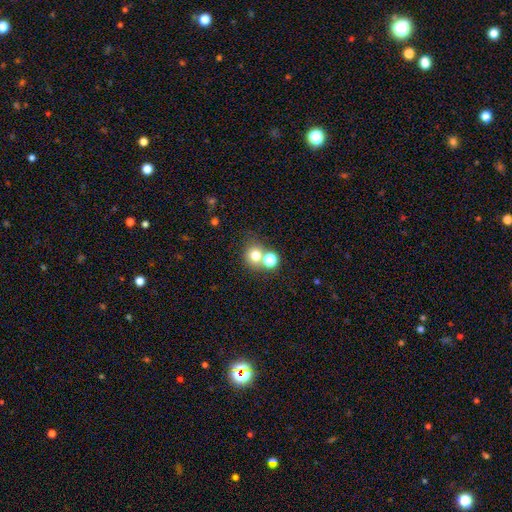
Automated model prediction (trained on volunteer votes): This is likely a smooth galaxy (74%). How rounded: clearly round (84%). Merging: possibly none (51%).